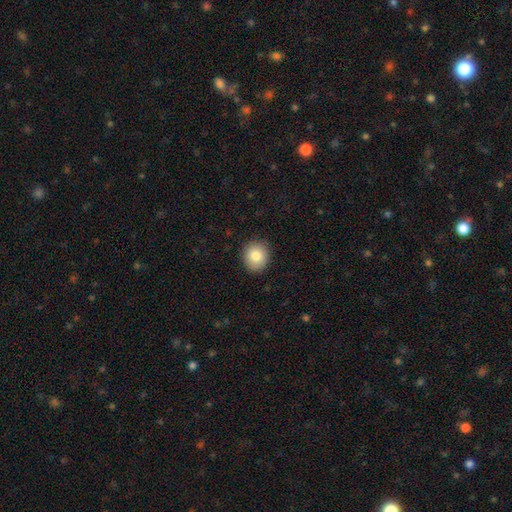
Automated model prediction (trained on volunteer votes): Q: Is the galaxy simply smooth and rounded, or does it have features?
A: smooth — 84%.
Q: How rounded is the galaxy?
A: round — 81%.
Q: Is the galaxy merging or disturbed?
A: none — 89%.